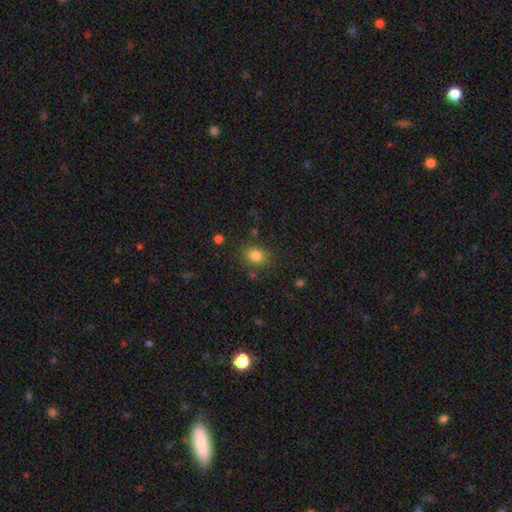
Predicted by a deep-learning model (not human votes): Smooth or featured? Predicted: smooth (p=0.82). How rounded? Predicted: round (p=0.58). Merging? Predicted: none (p=0.79).